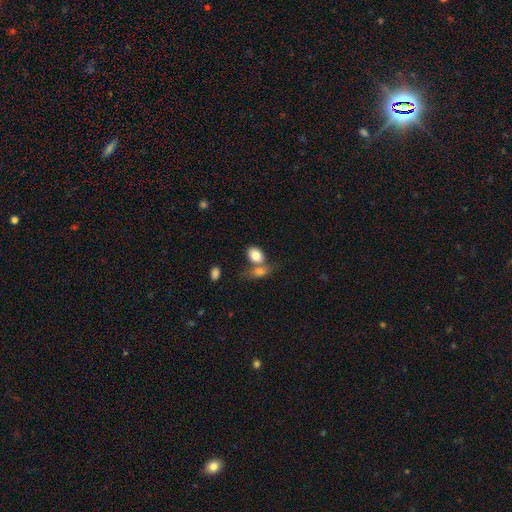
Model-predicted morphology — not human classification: Q: Smooth or featured?
A: smooth (81%); runner-up: featured or disk (11%)
Q: How rounded?
A: in between (76%); runner-up: round (22%)
Q: Merging?
A: merger (48%); runner-up: none (37%)